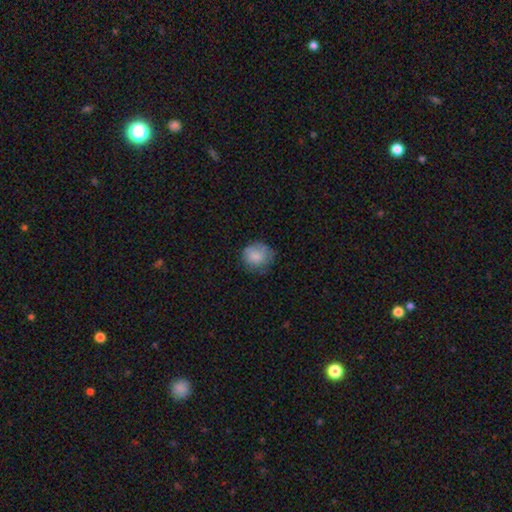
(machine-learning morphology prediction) smooth 80%, featured or disk 12%, star or artifact 8%. Down the decision tree: how rounded — round (81%); merging — none (65%).